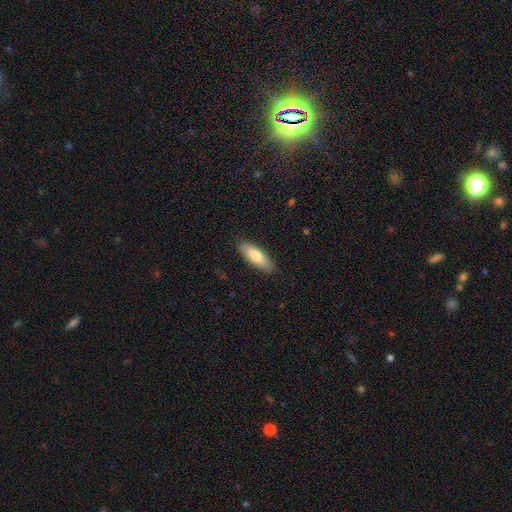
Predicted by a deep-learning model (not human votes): Overall: smooth (78%). How rounded: in between (54%; cigar-shaped 45%). Merging: none (87%).